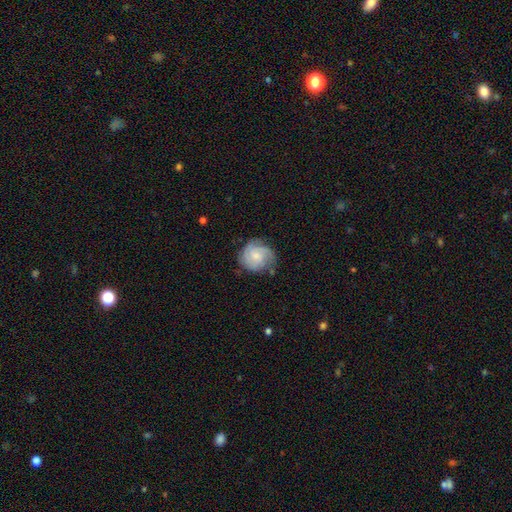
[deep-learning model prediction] Q: Smooth or featured?
A: featured or disk (62%); runner-up: smooth (32%)
Q: Edge-on disk?
A: no (98%); runner-up: yes (2%)
Q: Bar?
A: no (70%); runner-up: weak (27%)
Q: Spiral arms?
A: yes (91%); runner-up: no (9%)
Q: Spiral winding?
A: tight (54%); runner-up: medium (35%)
Q: Spiral arm count?
A: 3 (31%); runner-up: can't tell (28%)
Q: Bulge size?
A: small (52%); runner-up: moderate (37%)
Q: Merging?
A: none (68%); runner-up: minor disturbance (23%)